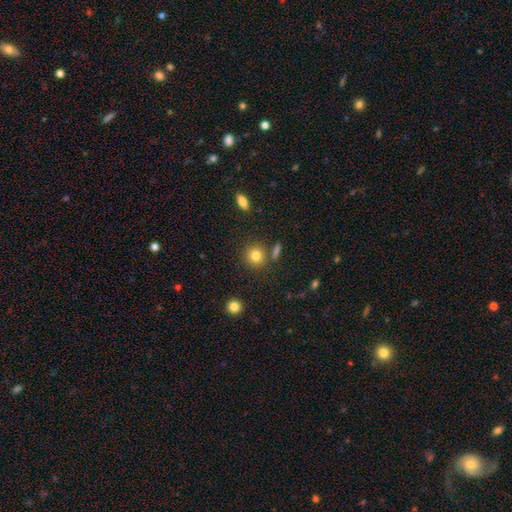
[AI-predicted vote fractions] This is clearly a smooth galaxy (80%). How rounded: clearly round (89%). Merging: clearly none (81%).